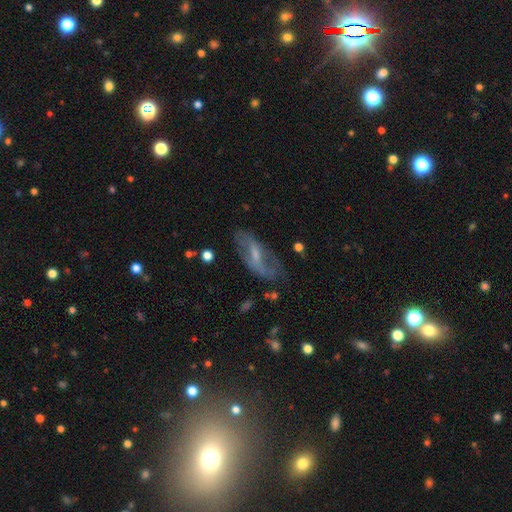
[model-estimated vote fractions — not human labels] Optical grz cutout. It shows a featured or disk galaxy (62%) with a weak bar (44%), spiral arms (61%) and a small central bulge (45%). Merging: none (56%).